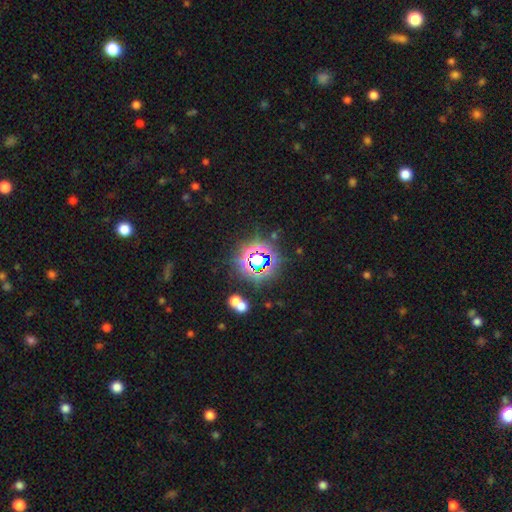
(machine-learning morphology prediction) Smooth or featured: star or artifact — 78% (smooth — 15%)